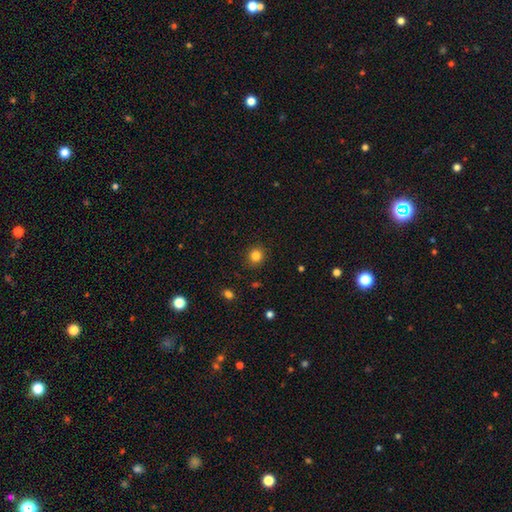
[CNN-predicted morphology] smooth 83%, star or artifact 12%, featured or disk 5%. Down the decision tree: how rounded — round (86%); merging — none (89%).